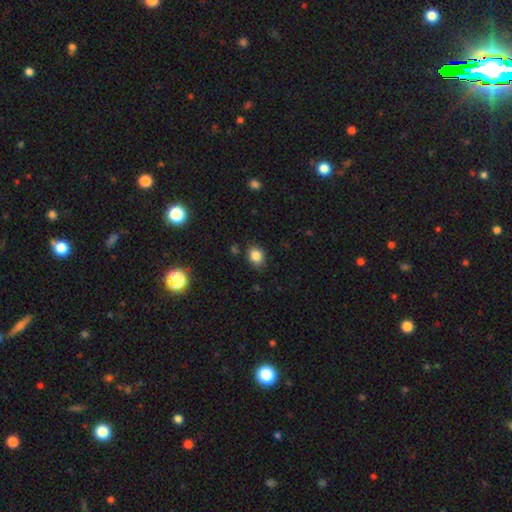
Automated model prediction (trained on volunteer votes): Smooth or featured?
  - smooth: 83% *
  - star or artifact: 11%
  - featured or disk: 6%
How rounded?
  - in between: 58% *
  - round: 41%
  - cigar-shaped: 1%
Merging?
  - none: 83% *
  - minor disturbance: 12%
  - major disturbance: 3%
  - merger: 2%